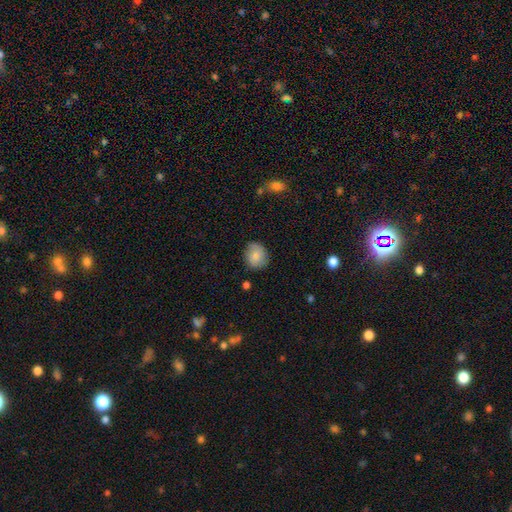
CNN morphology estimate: smooth_or_featured: smooth (p=0.82) [alt: featured or disk p=0.11]
how_rounded: round (p=0.73) [alt: in between p=0.25]
merging: none (p=0.78) [alt: minor disturbance p=0.17]